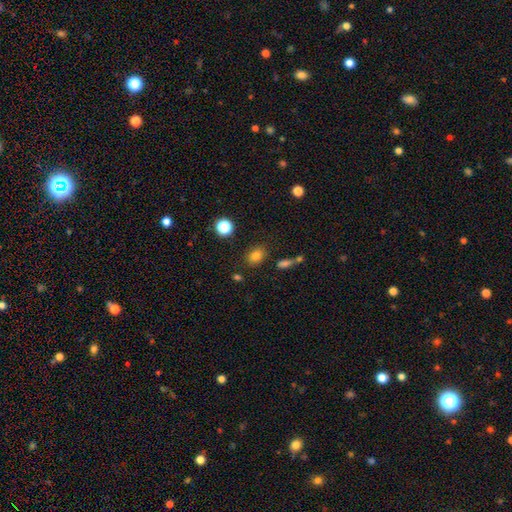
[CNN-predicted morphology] Smooth or featured? smooth (80%)
How rounded? in between (61%)
Merging? none (80%)